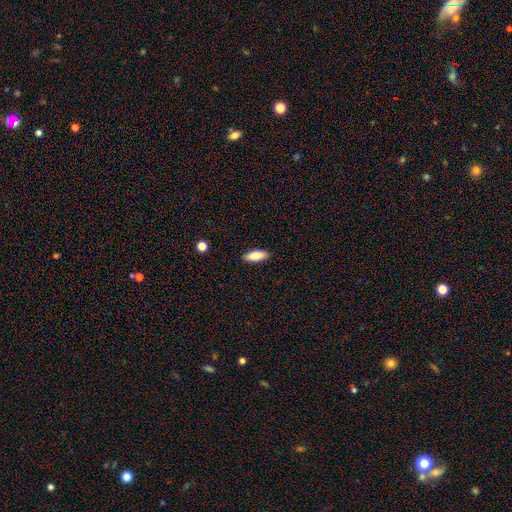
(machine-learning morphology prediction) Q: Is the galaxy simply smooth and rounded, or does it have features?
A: smooth — 85%.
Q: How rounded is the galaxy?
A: in between — 73%.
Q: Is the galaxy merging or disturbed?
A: none — 89%.